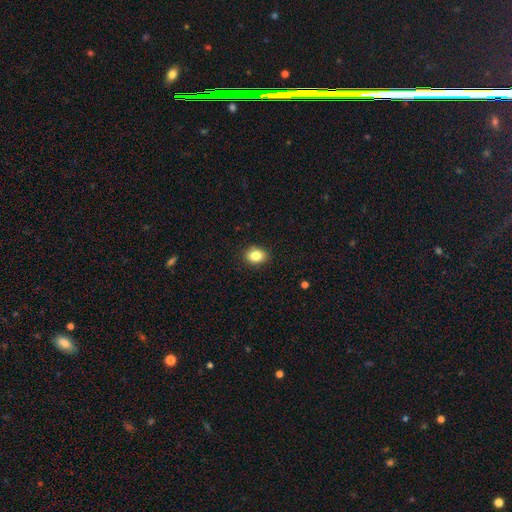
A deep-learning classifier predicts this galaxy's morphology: The model was most divided on "how rounded": in between: 57%, round: 41%, cigar-shaped: 1%. More confident: merging — none (90%); smooth or featured — smooth (84%).